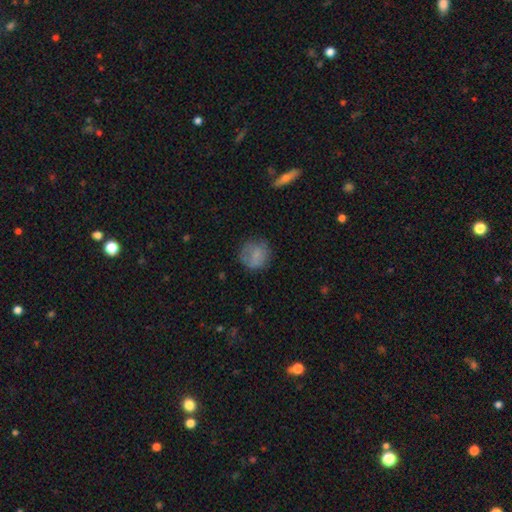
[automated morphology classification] type=smooth (74%); roundness=round (85%); merging=none (67%).